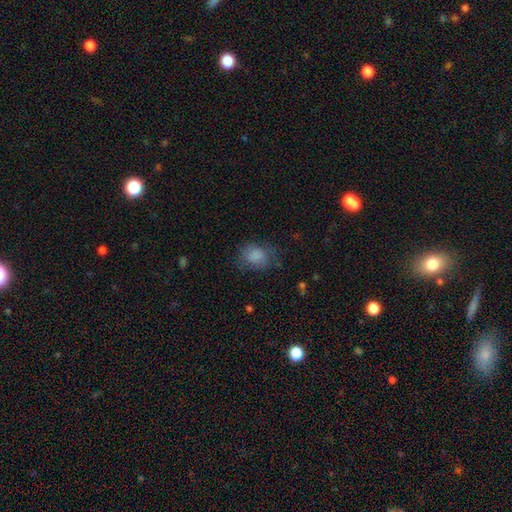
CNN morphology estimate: Smooth or featured: smooth — 80% (featured or disk — 11%)
How rounded: in between — 57% (round — 42%)
Merging: none — 60% (minor disturbance — 26%)